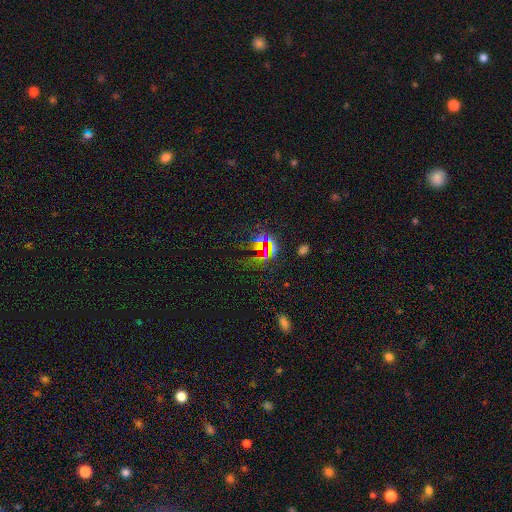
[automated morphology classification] smooth-or-featured: star or artifact: 71% | smooth: 16% | featured or disk: 13%